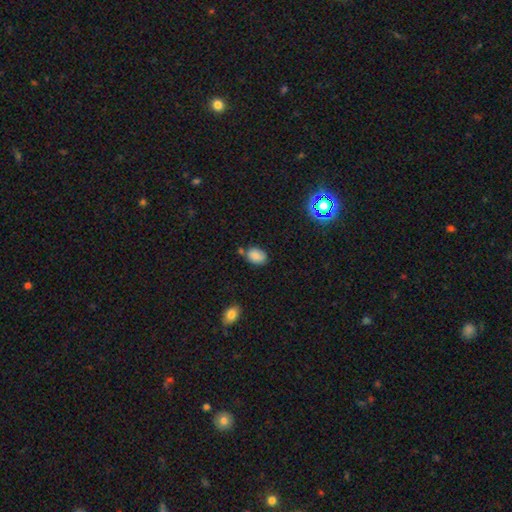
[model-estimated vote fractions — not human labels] A smooth galaxy with no disk features (82%) that is in between round and cigar-shaped (79%). Merging: none (64%).